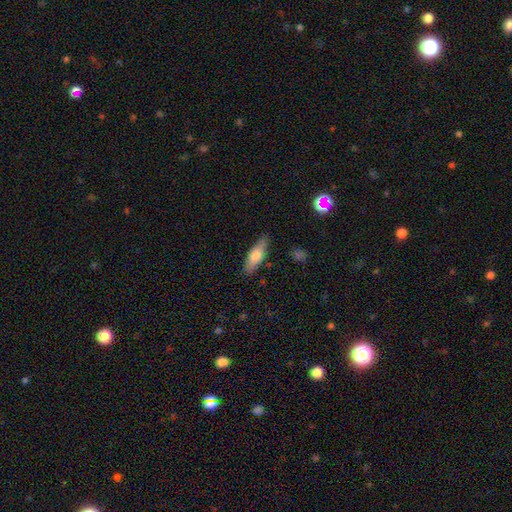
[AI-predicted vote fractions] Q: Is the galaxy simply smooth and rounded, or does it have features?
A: smooth — 68%.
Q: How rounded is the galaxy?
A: in between — 58%.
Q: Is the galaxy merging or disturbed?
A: none — 83%.